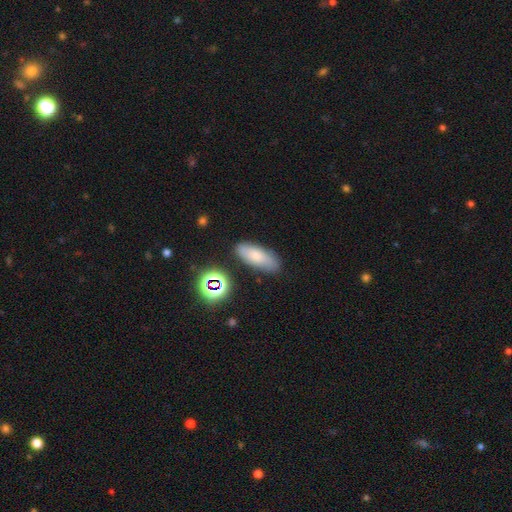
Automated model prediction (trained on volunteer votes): Smooth or featured?
  - smooth: 71% *
  - featured or disk: 17%
  - star or artifact: 11%
How rounded?
  - in between: 76% *
  - cigar-shaped: 20%
  - round: 4%
Merging?
  - none: 79% *
  - minor disturbance: 14%
  - major disturbance: 4%
  - merger: 3%